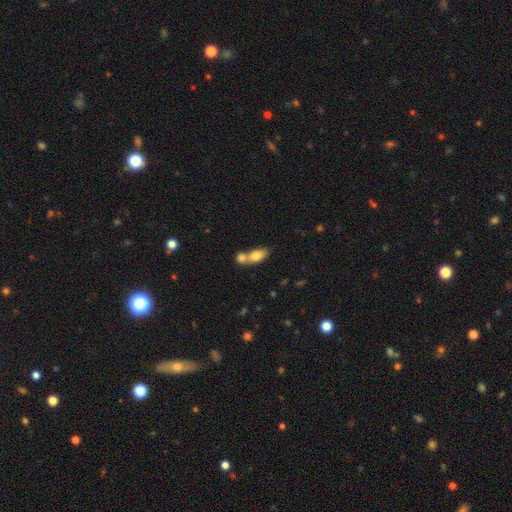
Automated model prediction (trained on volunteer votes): This is likely a smooth galaxy (77%). How rounded: likely in between (80%). Merging: possibly merger (59%).